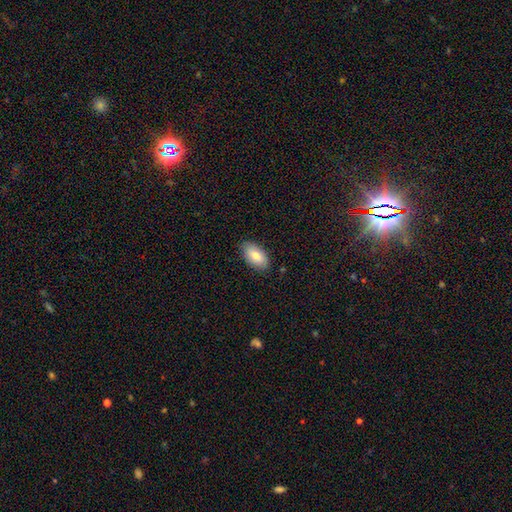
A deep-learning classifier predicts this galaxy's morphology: smooth-or-featured: smooth: 79% | featured or disk: 14% | star or artifact: 6%
  how-rounded: in between: 94% | round: 3% | cigar-shaped: 3%
  merging: none: 85% | minor disturbance: 12% | major disturbance: 2% | merger: 1%